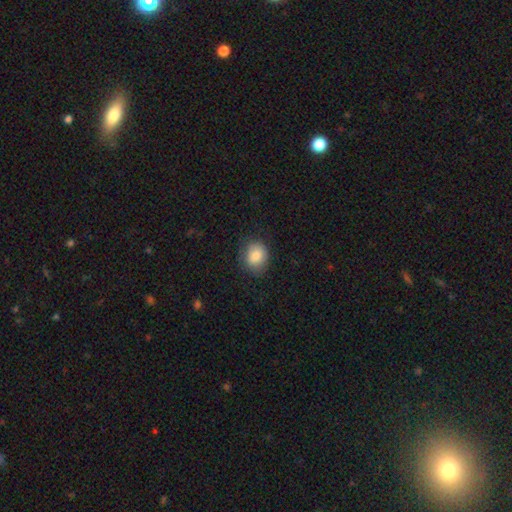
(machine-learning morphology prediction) A smooth galaxy with no disk features (84%) that is round (62%).

Vote fractions:
- Smooth or featured? smooth: 84% / star or artifact: 8% / featured or disk: 8%
- How rounded? round: 62% / in between: 37% / cigar-shaped: 1%
- Merging? none: 80% / minor disturbance: 15% / major disturbance: 4% / merger: 1%